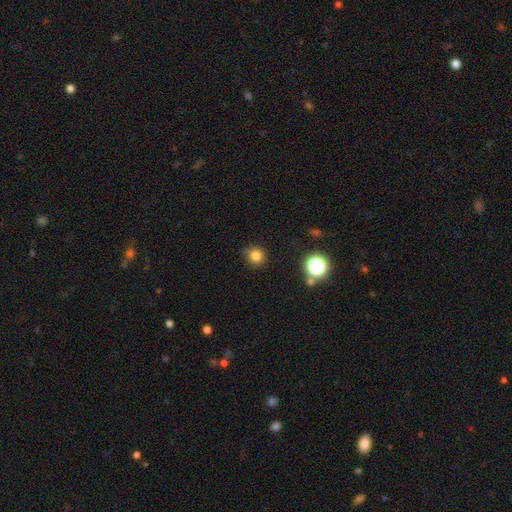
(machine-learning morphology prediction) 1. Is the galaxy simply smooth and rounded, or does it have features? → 80% smooth, 15% star or artifact, 5% featured or disk.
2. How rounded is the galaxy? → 90% round, 9% in between, 1% cigar-shaped.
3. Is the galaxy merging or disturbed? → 82% none, 13% minor disturbance, 3% major disturbance, 2% merger.